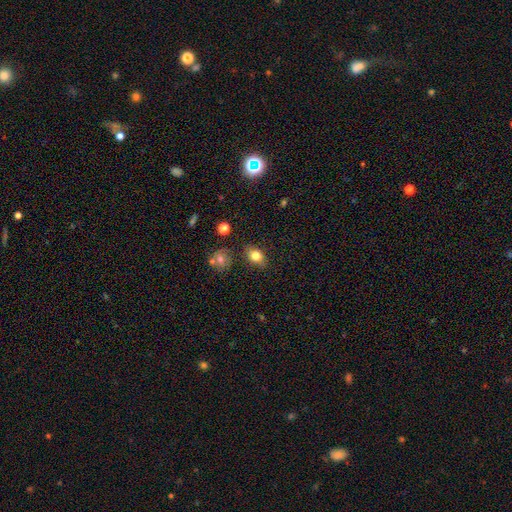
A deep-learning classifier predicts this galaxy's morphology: smooth_or_featured: smooth (p=0.79) [alt: star or artifact p=0.11]
how_rounded: in between (p=0.69) [alt: round p=0.29]
merging: none (p=0.80) [alt: minor disturbance p=0.14]